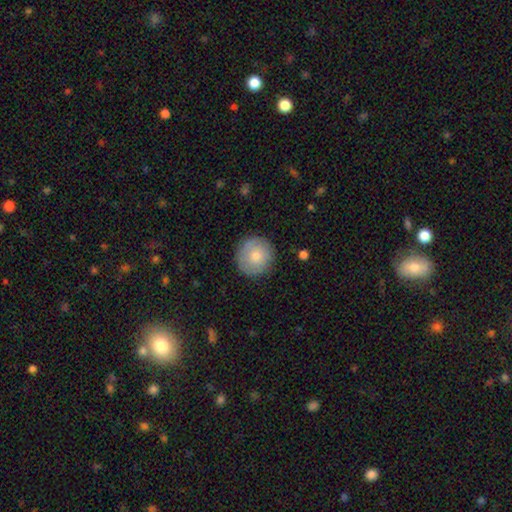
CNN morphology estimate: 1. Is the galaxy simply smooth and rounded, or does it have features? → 75% smooth, 19% featured or disk, 7% star or artifact.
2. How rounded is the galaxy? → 94% round, 5% in between, 1% cigar-shaped.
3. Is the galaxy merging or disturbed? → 86% none, 10% minor disturbance, 3% major disturbance, 1% merger.